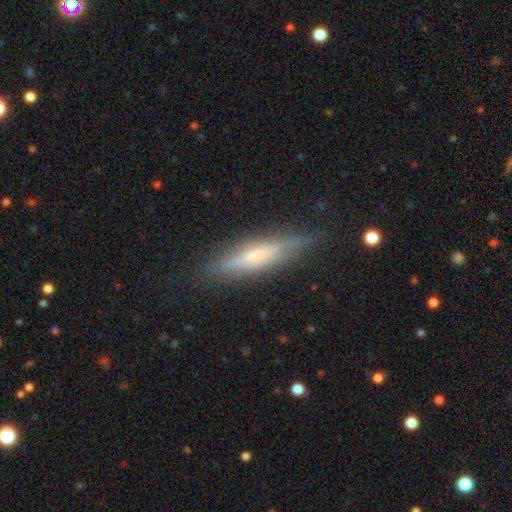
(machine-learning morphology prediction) Smooth or featured: featured or disk — 56% (smooth — 37%)
Edge-on disk: yes — 92% (no — 8%)
Edge-on bulge: rounded — 50% (none — 34%)
Merging: none — 80% (minor disturbance — 15%)